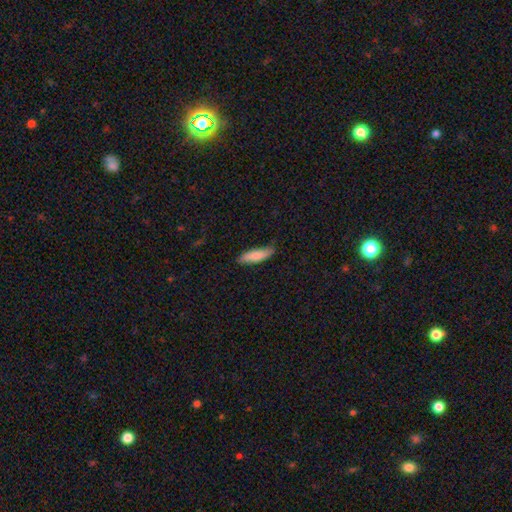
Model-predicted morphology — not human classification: Smooth or featured? smooth (82%)
How rounded? cigar-shaped (61%)
Merging? none (79%)